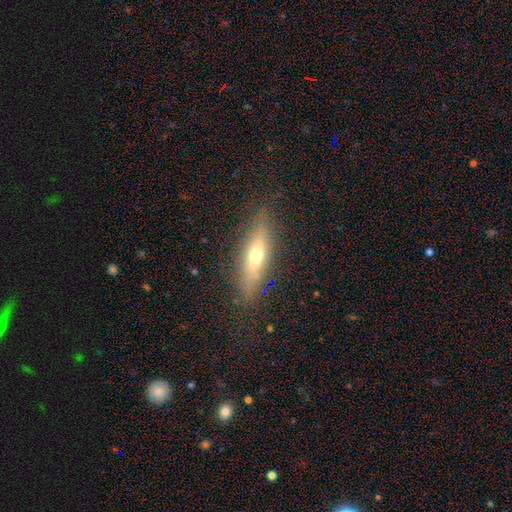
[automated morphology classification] smooth 50%, featured or disk 42%, star or artifact 8%. Down the decision tree: how rounded — cigar-shaped (68%); merging — none (85%).